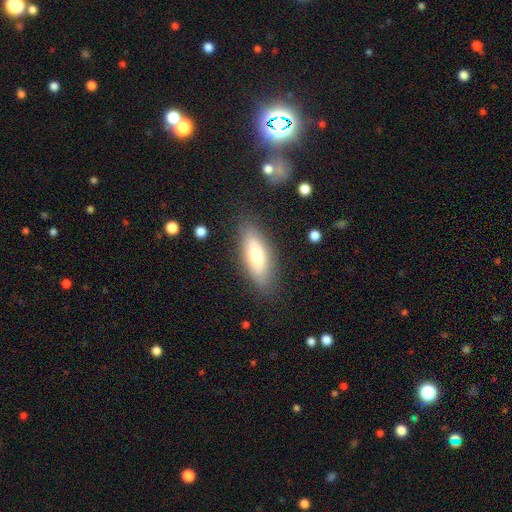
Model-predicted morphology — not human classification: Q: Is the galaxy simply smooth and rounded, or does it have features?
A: smooth — 68%.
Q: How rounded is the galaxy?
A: in between — 70%.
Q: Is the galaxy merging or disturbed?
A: none — 82%.